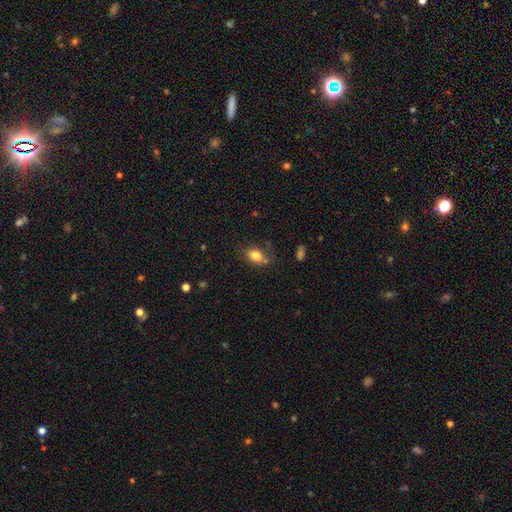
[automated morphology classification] Smooth or featured? smooth (80%)
How rounded? in between (84%)
Merging? none (59%)